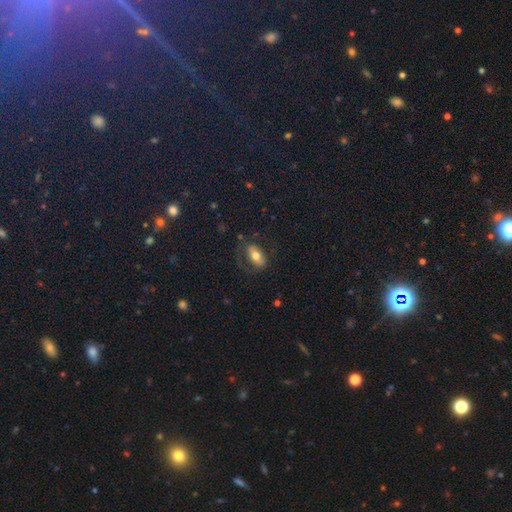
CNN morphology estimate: Smooth or featured? smooth (60%)
How rounded? in between (89%)
Merging? none (65%)